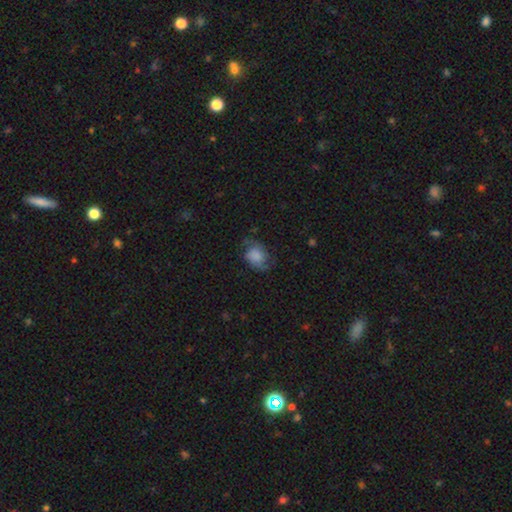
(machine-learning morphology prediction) Smooth or featured?
  - smooth: 55% *
  - featured or disk: 35%
  - star or artifact: 9%
How rounded?
  - in between: 56% *
  - round: 42%
  - cigar-shaped: 1%
Merging?
  - none: 58% *
  - minor disturbance: 26%
  - major disturbance: 15%
  - merger: 2%